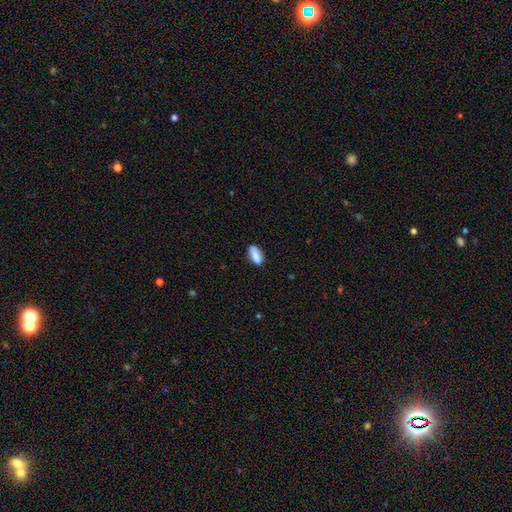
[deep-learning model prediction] Smooth or featured?
  - smooth: 84% *
  - featured or disk: 9%
  - star or artifact: 7%
How rounded?
  - in between: 87% *
  - cigar-shaped: 10%
  - round: 3%
Merging?
  - none: 74% *
  - minor disturbance: 19%
  - major disturbance: 4%
  - merger: 3%